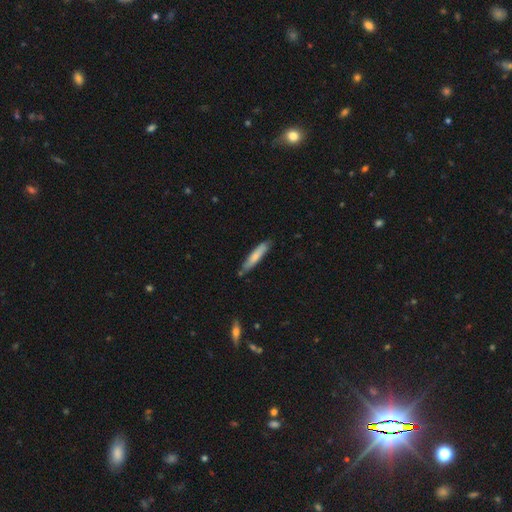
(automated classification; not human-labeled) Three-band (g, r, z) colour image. It shows a smooth galaxy with no disk features (72%) that is cigar-shaped (89%). Merging: none (76%).